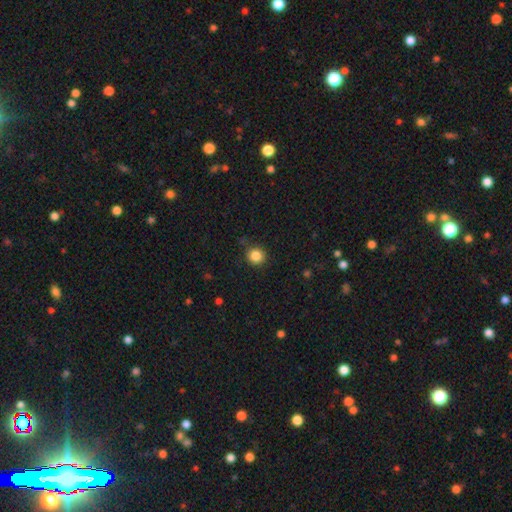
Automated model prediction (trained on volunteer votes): smooth 85%, star or artifact 11%, featured or disk 4%. Down the decision tree: how rounded — round (88%); merging — none (84%).